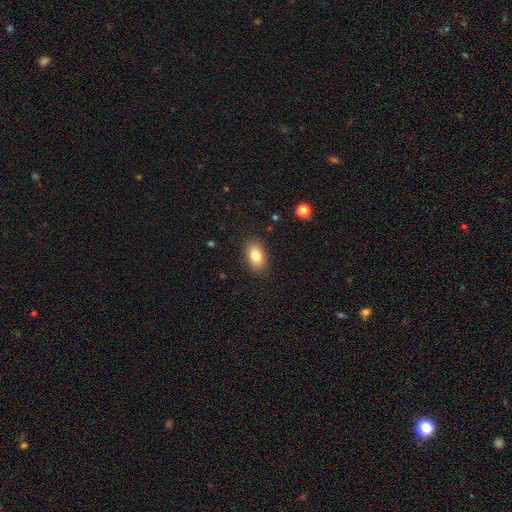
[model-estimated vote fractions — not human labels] The model was most divided on "smooth or featured": smooth: 83%, featured or disk: 9%, star or artifact: 8%. More confident: how rounded — in between (89%); merging — none (87%).